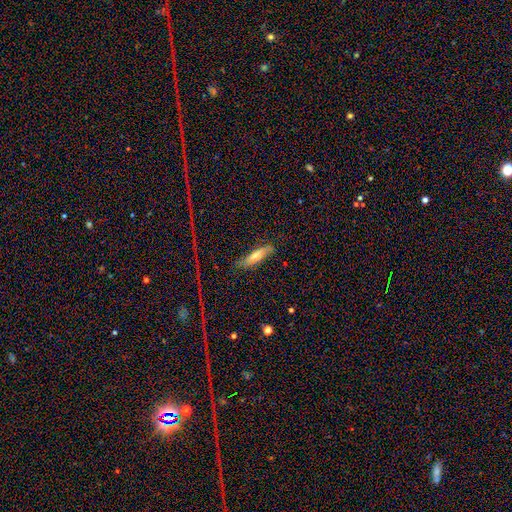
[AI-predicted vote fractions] Overall: smooth (52%; featured or disk 38%). How rounded: cigar-shaped (74%). Merging: none (80%).